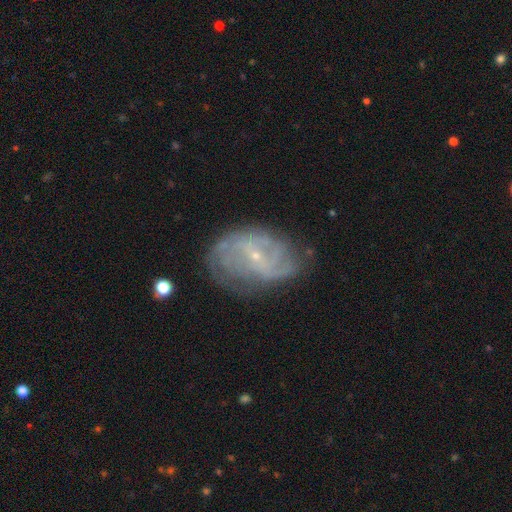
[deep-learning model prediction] This is likely a featured or disk galaxy (79%). It is clearly not viewed edge-on (96%). Bar: marginally weak (44%). Spiral arm pattern: clearly yes (84%). Spiral arm count: marginally can't tell (43%). Spiral winding: marginally medium (39%). Central bulge: clearly small (84%). Merging: possibly none (60%).